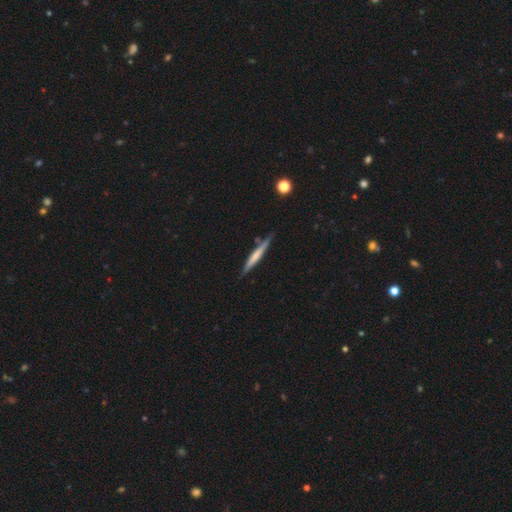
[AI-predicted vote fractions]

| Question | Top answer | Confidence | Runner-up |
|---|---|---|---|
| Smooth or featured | featured or disk | 49% | smooth (46%) |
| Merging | none | 81% | minor disturbance (13%) |